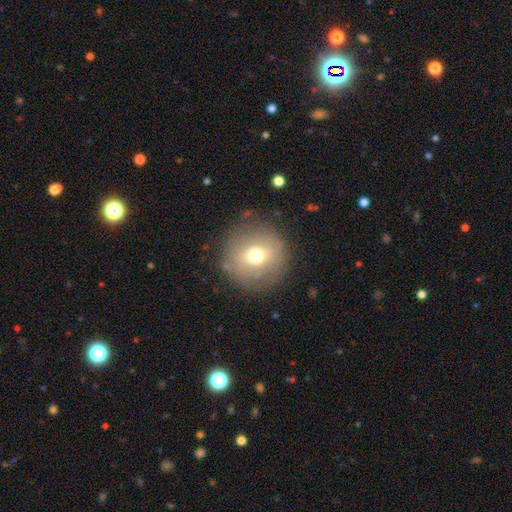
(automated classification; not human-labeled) A smooth galaxy with no disk features (63%) that is round (94%).

Vote fractions:
- Smooth or featured? smooth: 63% / featured or disk: 25% / star or artifact: 12%
- How rounded? round: 94% / in between: 5% / cigar-shaped: 1%
- Merging? none: 84% / minor disturbance: 10% / major disturbance: 5% / merger: 1%